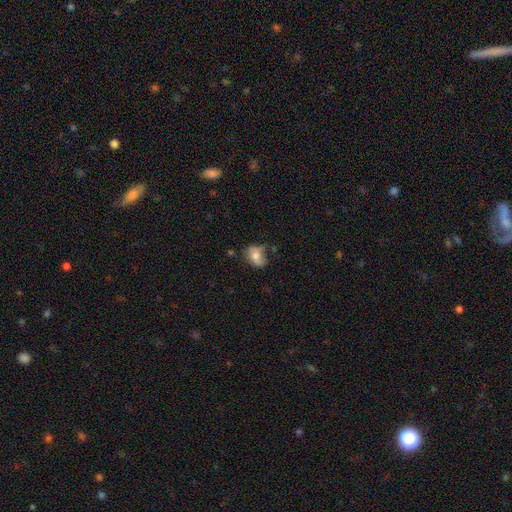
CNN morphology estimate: Smooth or featured? smooth (65%)
How rounded? in between (70%)
Merging? none (43%)